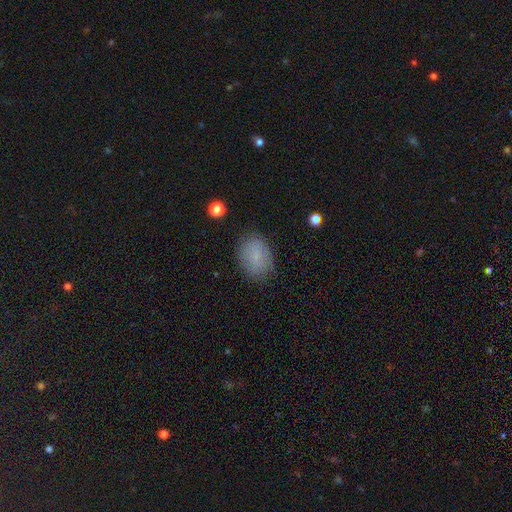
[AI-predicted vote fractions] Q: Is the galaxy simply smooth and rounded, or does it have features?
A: smooth — 78%.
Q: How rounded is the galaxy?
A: in between — 72%.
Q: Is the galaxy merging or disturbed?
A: none — 80%.